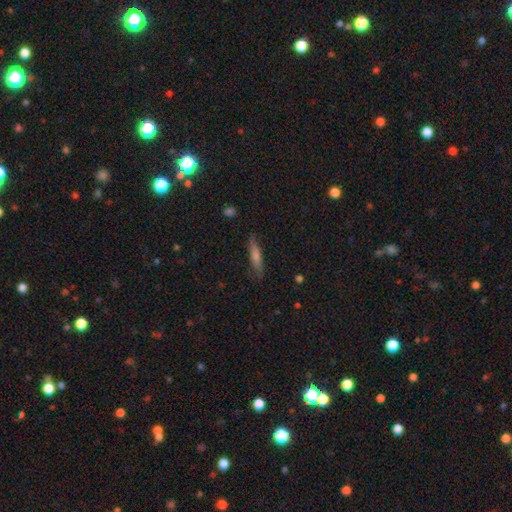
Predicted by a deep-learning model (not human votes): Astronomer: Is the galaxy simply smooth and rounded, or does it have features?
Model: smooth — 51% (runner-up: featured or disk, 39%).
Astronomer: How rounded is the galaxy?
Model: cigar-shaped — 82%.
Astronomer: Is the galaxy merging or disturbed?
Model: none — 82%.